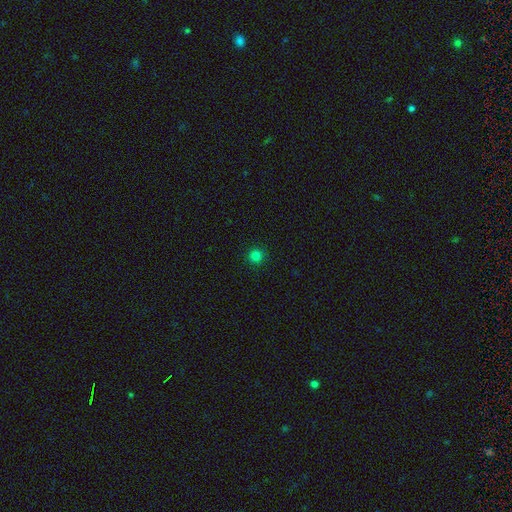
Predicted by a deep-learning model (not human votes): Overall: smooth (81%). How rounded: round (96%). Merging: none (93%).